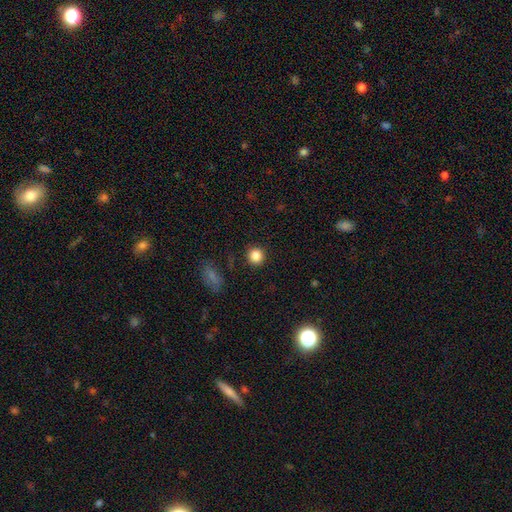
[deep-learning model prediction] Overall: smooth (85%). How rounded: round (92%). Merging: none (91%).